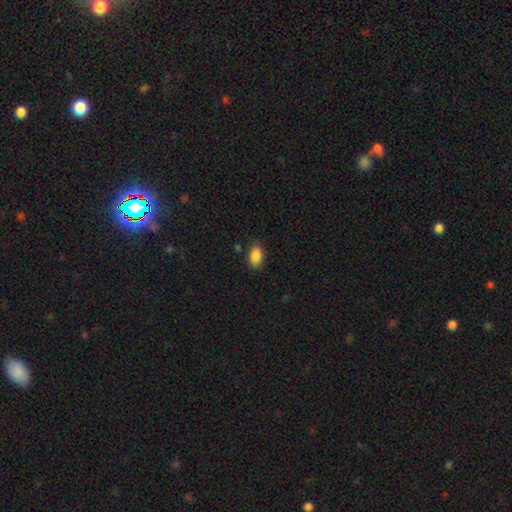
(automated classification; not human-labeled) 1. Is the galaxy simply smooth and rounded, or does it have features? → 88% smooth, 8% star or artifact, 4% featured or disk.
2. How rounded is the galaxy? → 88% in between, 11% round, 2% cigar-shaped.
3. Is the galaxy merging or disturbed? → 84% none, 12% minor disturbance, 3% major disturbance, 1% merger.